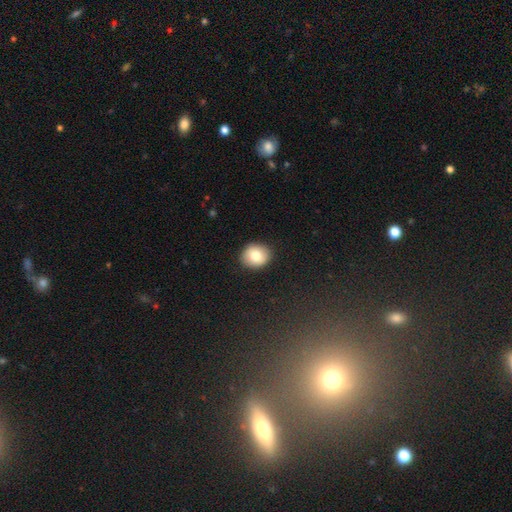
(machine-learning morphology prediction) A smooth galaxy with no disk features (77%) that is round (77%). Merging: none (89%).